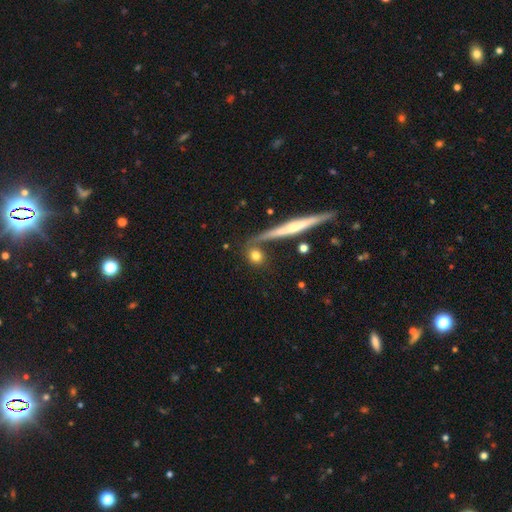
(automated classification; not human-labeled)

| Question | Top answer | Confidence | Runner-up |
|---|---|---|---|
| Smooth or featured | smooth | 73% | featured or disk (18%) |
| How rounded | round | 69% | in between (18%) |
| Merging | none | 70% | merger (14%) |